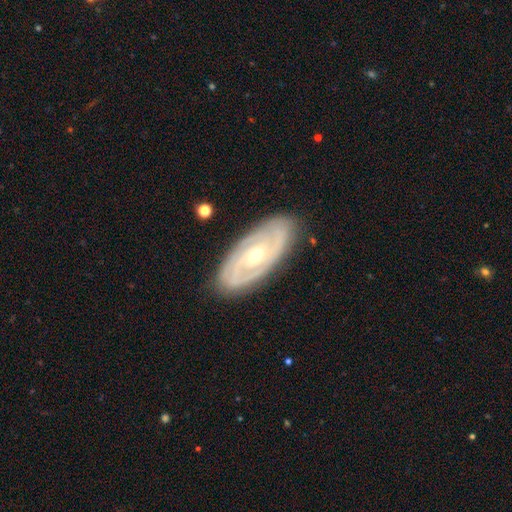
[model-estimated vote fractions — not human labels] Smooth or featured: featured or disk — 85% (smooth — 10%)
Edge-on disk: no — 93% (yes — 7%)
Bar: no — 67% (weak — 25%)
Spiral arms: yes — 93% (no — 7%)
Spiral winding: tight — 70% (medium — 25%)
Spiral arm count: 2 — 47% (can't tell — 23%)
Bulge size: small — 66% (moderate — 31%)
Merging: none — 85% (minor disturbance — 12%)